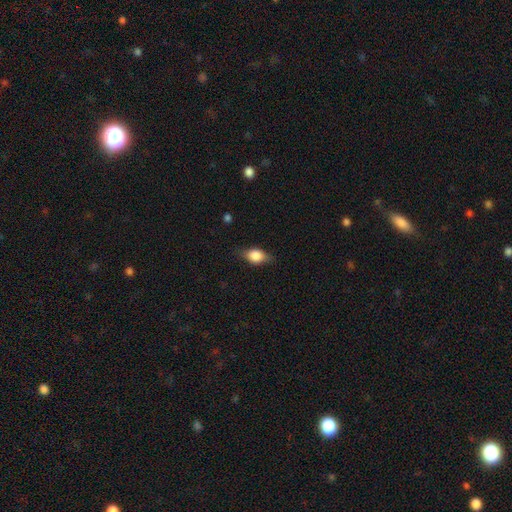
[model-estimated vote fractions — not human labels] Smooth or featured? smooth (71%)
How rounded? in between (73%)
Merging? none (73%)